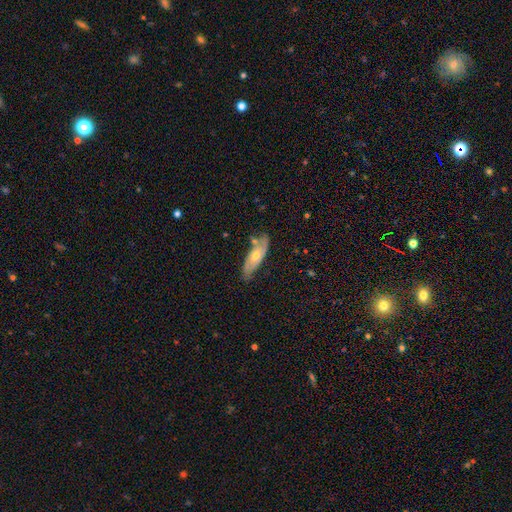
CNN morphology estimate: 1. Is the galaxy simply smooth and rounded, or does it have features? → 57% featured or disk, 36% smooth, 7% star or artifact.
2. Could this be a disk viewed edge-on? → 71% no, 29% yes.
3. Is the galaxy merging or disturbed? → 69% none, 20% minor disturbance, 6% merger, 5% major disturbance.